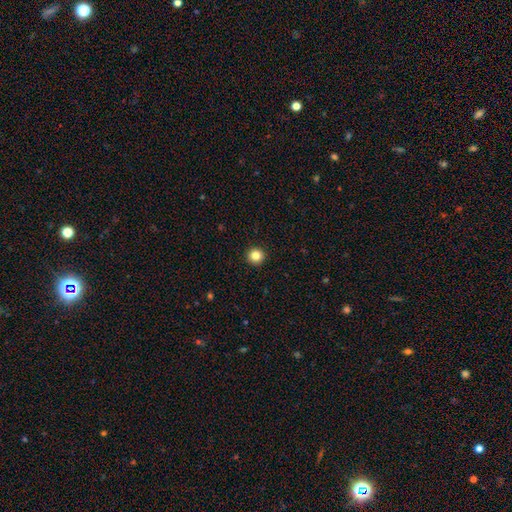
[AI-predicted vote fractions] Overall: smooth (84%). How rounded: round (94%). Merging: none (93%).